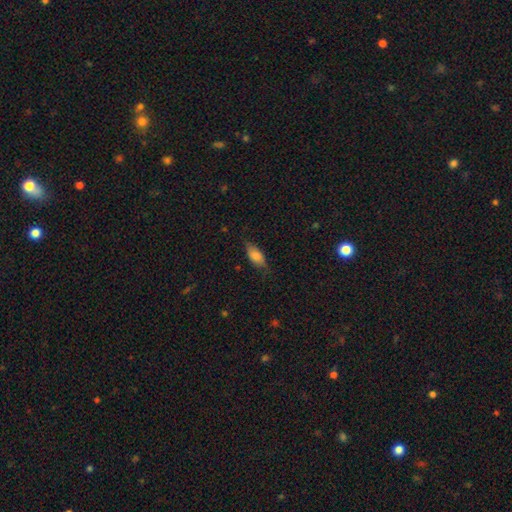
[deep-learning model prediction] Morphology: type=smooth (76%); roundness=in between (85%); merging=none (68%).